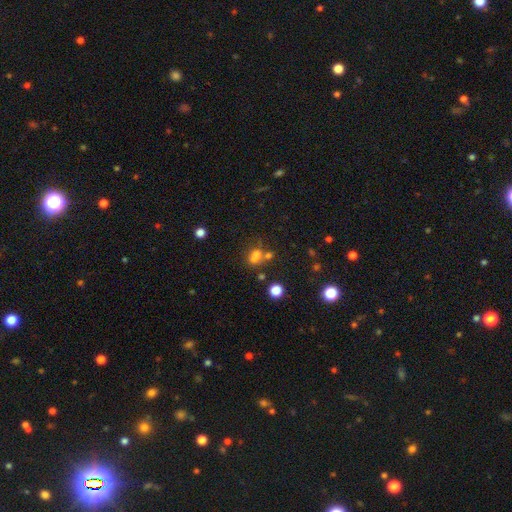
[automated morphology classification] smooth_or_featured: smooth (p=0.64) [alt: star or artifact p=0.21]
how_rounded: round (p=0.49) [alt: in between p=0.48]
merging: none (p=0.40) [alt: merger p=0.36]